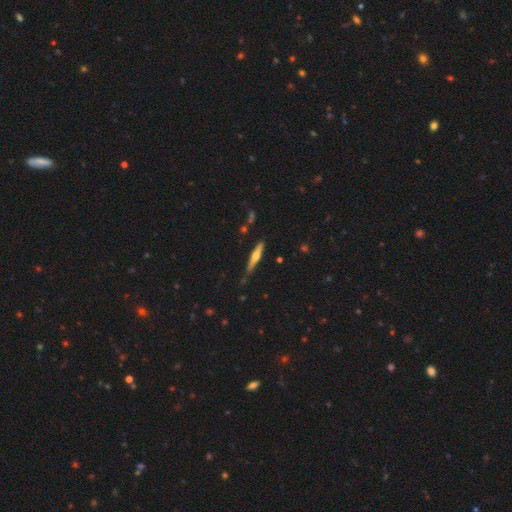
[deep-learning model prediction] Q: Smooth or featured?
A: featured or disk (59%); runner-up: smooth (35%)
Q: Edge-on disk?
A: yes (96%); runner-up: no (4%)
Q: Edge-on bulge?
A: rounded (87%); runner-up: none (7%)
Q: Merging?
A: none (80%); runner-up: minor disturbance (14%)